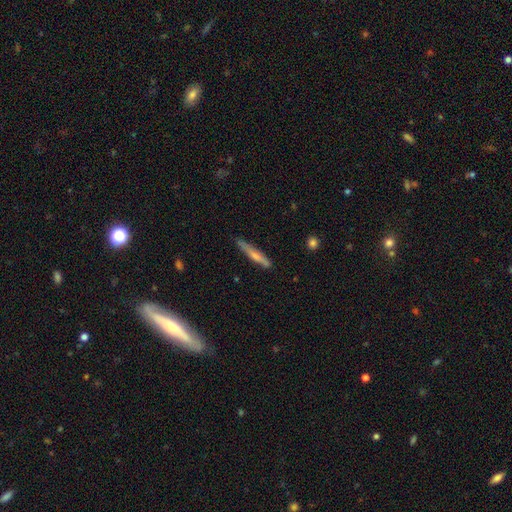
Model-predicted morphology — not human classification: smooth 57%, featured or disk 37%, star or artifact 6%. Down the decision tree: how rounded — cigar-shaped (94%); merging — none (78%).